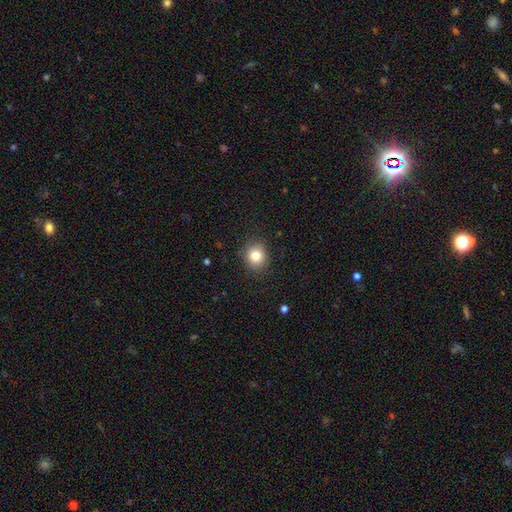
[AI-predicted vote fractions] Smooth or featured? Predicted: smooth (p=0.82). How rounded? Predicted: round (p=0.78). Merging? Predicted: none (p=0.88).